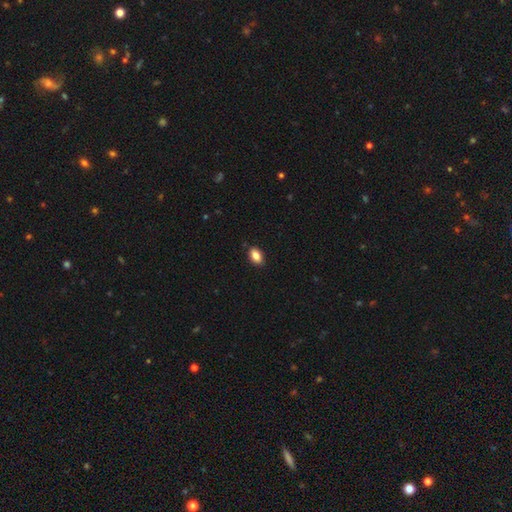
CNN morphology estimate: Smooth or featured? smooth (86%)
How rounded? in between (89%)
Merging? none (88%)